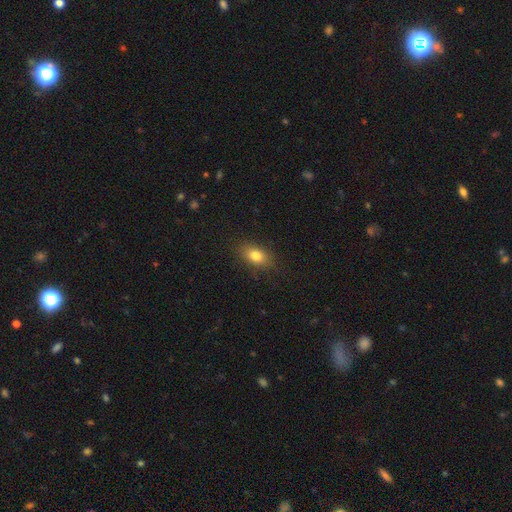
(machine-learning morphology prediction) The model was most divided on "smooth or featured": smooth: 80%, featured or disk: 10%, star or artifact: 9%. More confident: merging — none (85%); how rounded — in between (83%).